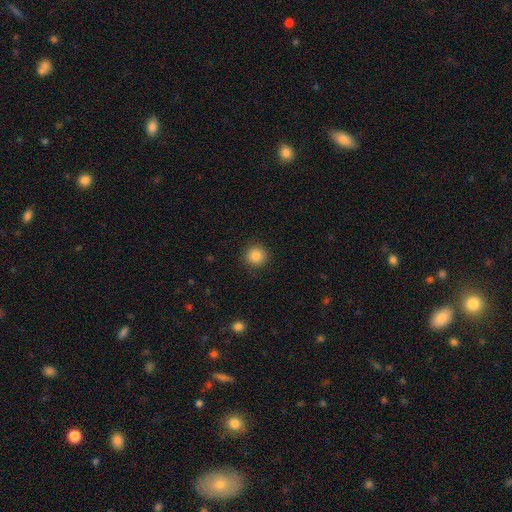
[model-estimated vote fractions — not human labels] The model was most divided on "smooth or featured": smooth: 85%, star or artifact: 10%, featured or disk: 5%. More confident: how rounded — round (94%); merging — none (90%).